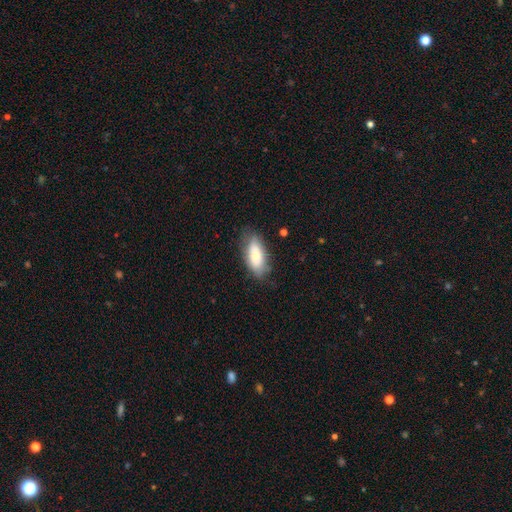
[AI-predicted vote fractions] The model was most divided on "merging": none: 71%, minor disturbance: 21%, major disturbance: 6%, merger: 2%. More confident: how rounded — in between (86%); smooth or featured — smooth (77%).